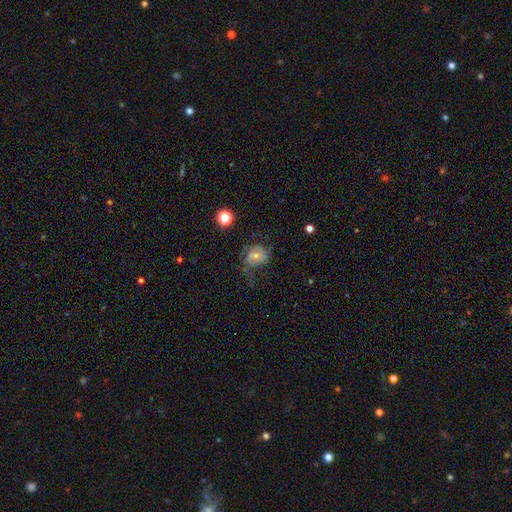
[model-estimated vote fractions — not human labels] Smooth or featured? featured or disk (60%)
Edge-on disk? no (97%)
Bar? no (69%)
Spiral arms? yes (81%)
Bulge size? small (47%, tied with moderate)
Merging? none (51%)